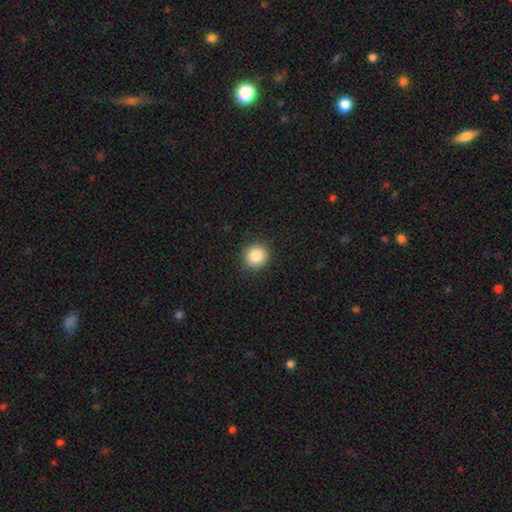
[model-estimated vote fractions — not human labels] Smooth or featured?
  - smooth: 86% *
  - star or artifact: 9%
  - featured or disk: 5%
How rounded?
  - round: 89% *
  - in between: 10%
  - cigar-shaped: 1%
Merging?
  - none: 91% *
  - minor disturbance: 6%
  - major disturbance: 2%
  - merger: 1%